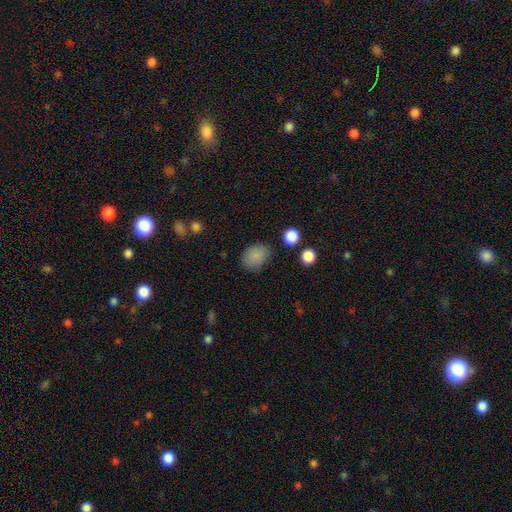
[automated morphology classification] type=smooth (85%); roundness=in between (66%); merging=none (76%).